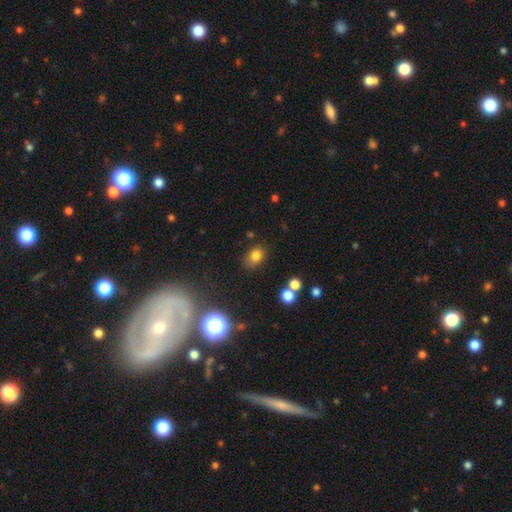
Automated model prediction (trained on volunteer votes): This is likely a smooth galaxy (78%). How rounded: likely in between (69%). Merging: likely none (67%).